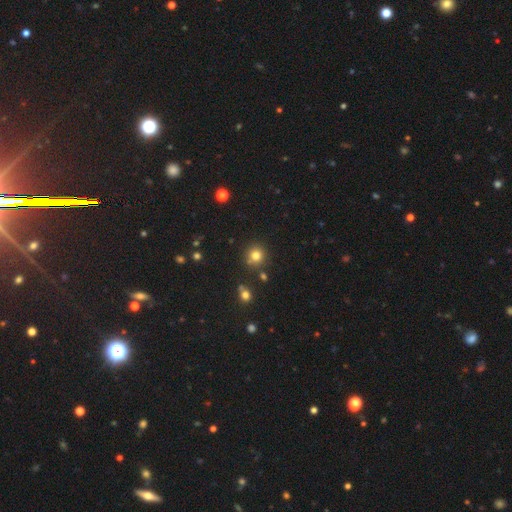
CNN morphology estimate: The model was most divided on "smooth or featured": smooth: 79%, star or artifact: 14%, featured or disk: 6%. More confident: how rounded — round (92%); merging — none (81%).